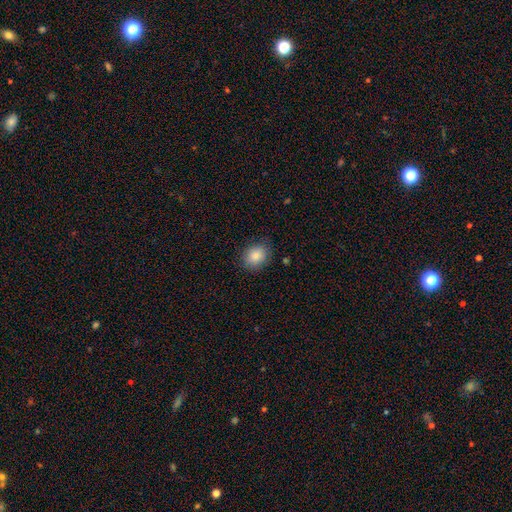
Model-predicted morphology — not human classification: A smooth galaxy with no disk features (84%) that is round (57%). Merging: none (84%).